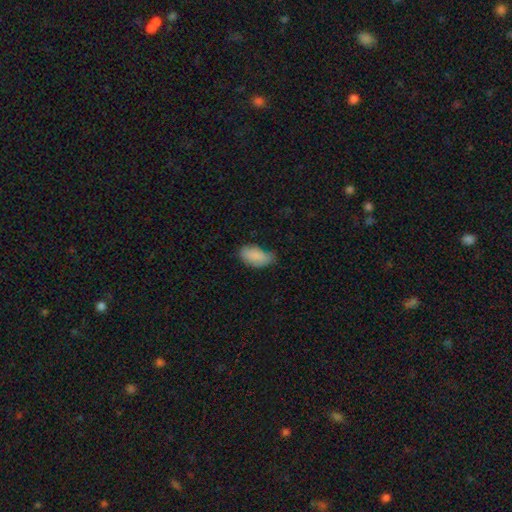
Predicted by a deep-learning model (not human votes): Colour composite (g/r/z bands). It shows a smooth galaxy with no disk features (86%) that is in between round and cigar-shaped (94%). Merging: none (49%).